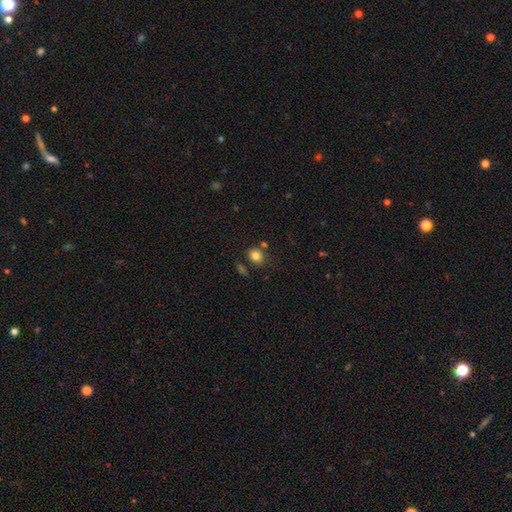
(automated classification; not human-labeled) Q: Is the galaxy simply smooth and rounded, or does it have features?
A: smooth — 82%.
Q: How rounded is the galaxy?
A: round — 58%.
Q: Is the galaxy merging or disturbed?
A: none — 70%.